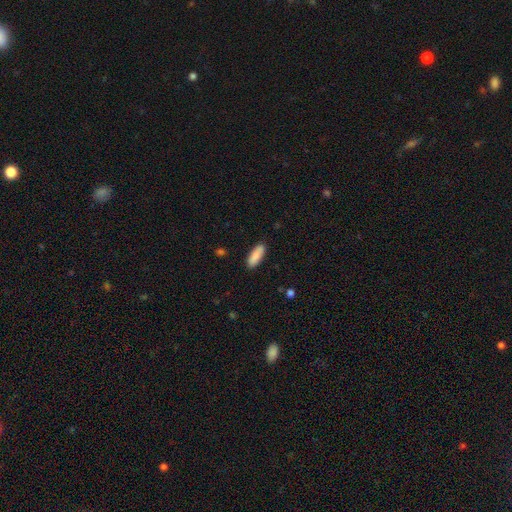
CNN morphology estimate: smooth-or-featured: smooth: 89% | star or artifact: 6% | featured or disk: 5%
  how-rounded: in between: 67% | cigar-shaped: 32% | round: 2%
  merging: none: 88% | minor disturbance: 9% | major disturbance: 2% | merger: 1%